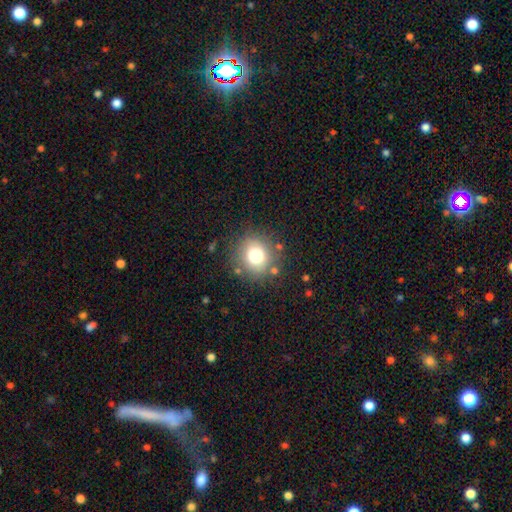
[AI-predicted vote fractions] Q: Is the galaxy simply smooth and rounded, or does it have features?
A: smooth — 77%.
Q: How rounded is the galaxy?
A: round — 87%.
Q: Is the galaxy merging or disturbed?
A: none — 81%.